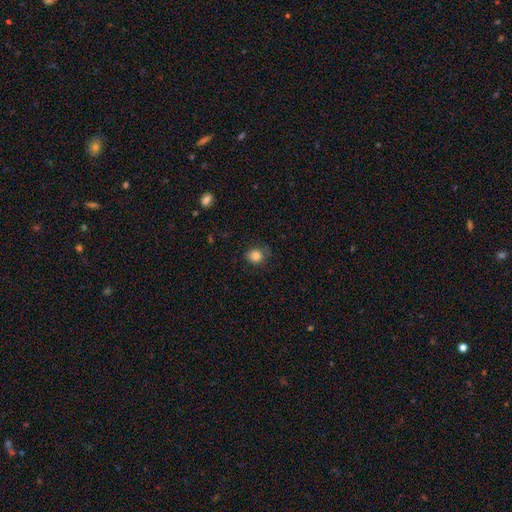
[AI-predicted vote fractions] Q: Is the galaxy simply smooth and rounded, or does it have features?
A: smooth — 83%.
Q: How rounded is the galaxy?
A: round — 73%.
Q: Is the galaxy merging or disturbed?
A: none — 72%.